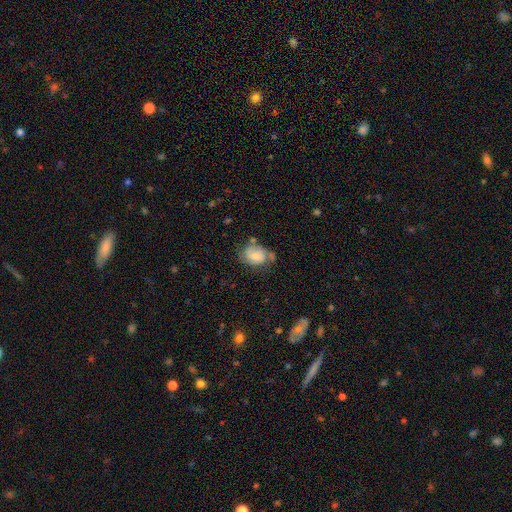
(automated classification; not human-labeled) Smooth or featured? Predicted: smooth (p=0.55). How rounded? Predicted: in between (p=0.68). Merging? Predicted: none (p=0.42).